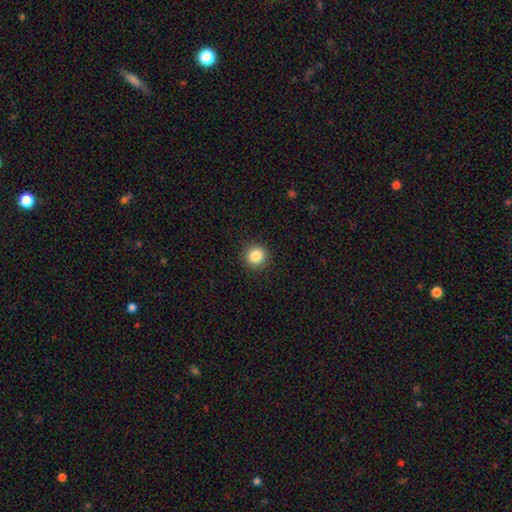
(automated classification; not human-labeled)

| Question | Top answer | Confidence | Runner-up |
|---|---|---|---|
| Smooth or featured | smooth | 86% | star or artifact (10%) |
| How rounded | round | 92% | in between (7%) |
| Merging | none | 91% | minor disturbance (6%) |